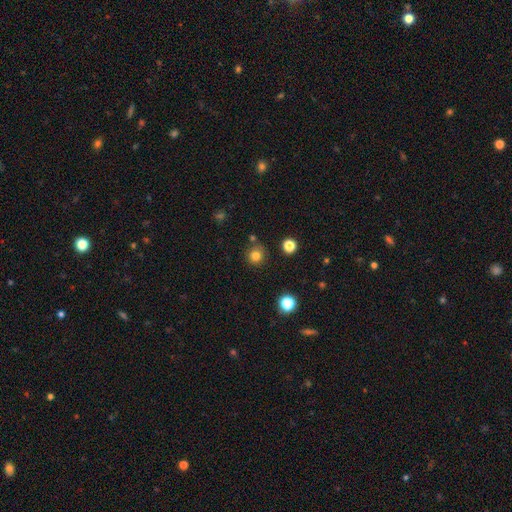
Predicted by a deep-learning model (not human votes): Smooth or featured? Predicted: smooth (p=0.80). How rounded? Predicted: round (p=0.93). Merging? Predicted: none (p=0.82).